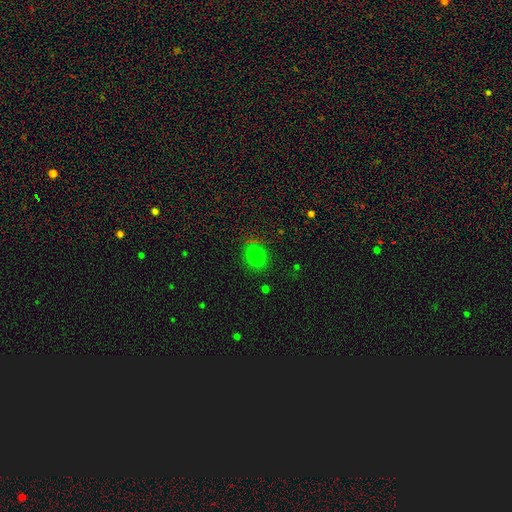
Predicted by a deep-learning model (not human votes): Smooth or featured? Predicted: smooth (p=0.77). How rounded? Predicted: round (p=0.70). Merging? Predicted: none (p=0.80).